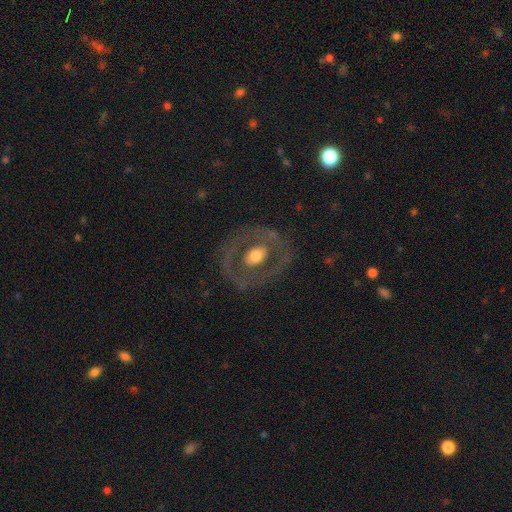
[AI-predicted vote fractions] smooth-or-featured: featured or disk: 60% | smooth: 34% | star or artifact: 6%
  disk-edge-on: no: 94% | yes: 6%
    bar: no: 75% | weak: 17% | strong: 8%
    has-spiral-arms: no: 77% | yes: 23%
    bulge-size: moderate: 62% | large: 25% | small: 9% | dominant: 2% | none: 1%
  merging: none: 78% | minor disturbance: 12% | major disturbance: 8% | merger: 1%